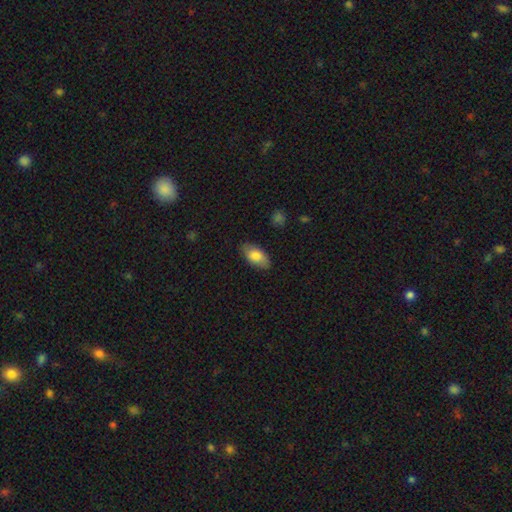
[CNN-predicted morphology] Smooth or featured? smooth (79%)
How rounded? in between (93%)
Merging? none (83%)